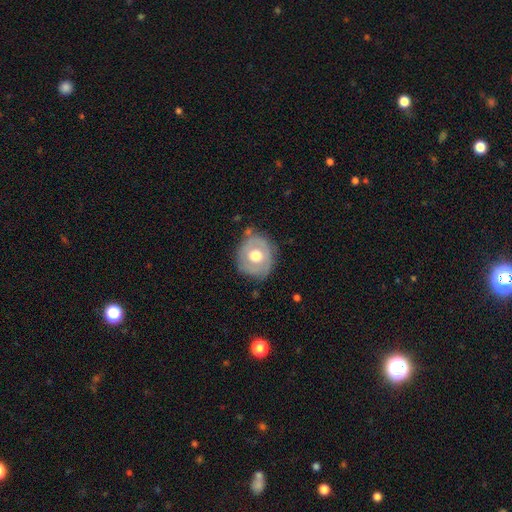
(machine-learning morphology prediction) Overall: featured or disk (48%; smooth 45%). Merging: none (71%).